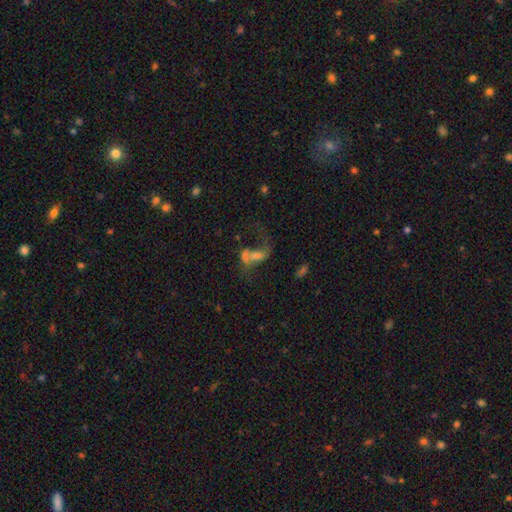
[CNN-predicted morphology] A featured or disk galaxy (46%).

Vote fractions:
- Smooth or featured? featured or disk: 46% / smooth: 38% / star or artifact: 17%
- Merging? merger: 47% / major disturbance: 26% / none: 18% / minor disturbance: 9%